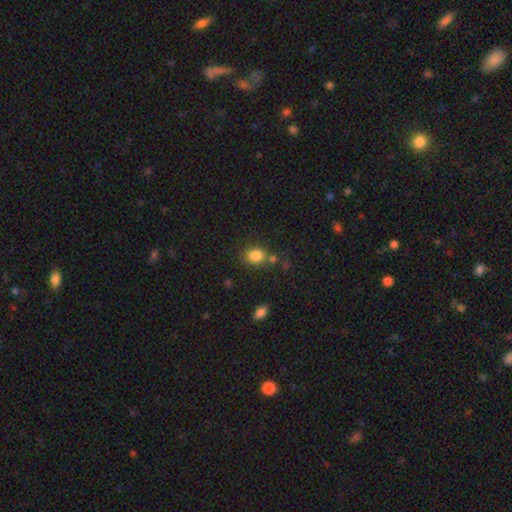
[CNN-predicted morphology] type=smooth (84%); roundness=round (52%); merging=none (66%).